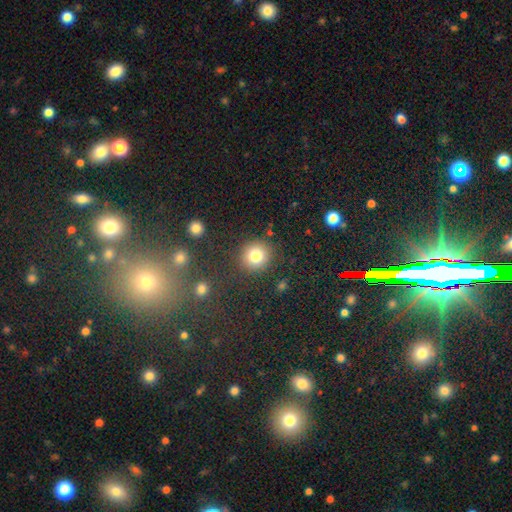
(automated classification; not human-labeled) Smooth or featured?
  - smooth: 82% *
  - star or artifact: 11%
  - featured or disk: 7%
How rounded?
  - round: 88% *
  - in between: 11%
  - cigar-shaped: 1%
Merging?
  - none: 85% *
  - minor disturbance: 8%
  - merger: 3%
  - major disturbance: 3%